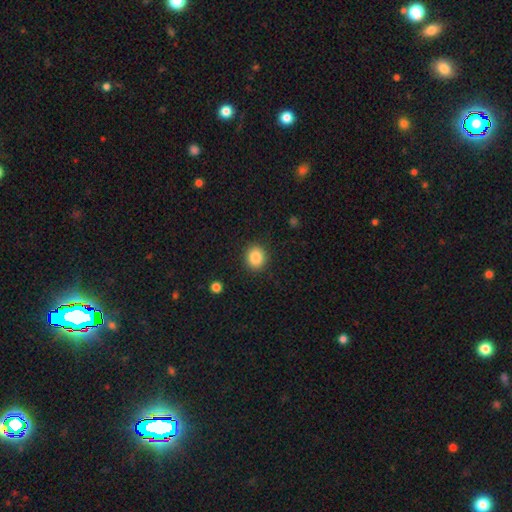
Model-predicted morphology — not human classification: type=smooth (86%); roundness=round (76%); merging=none (89%).